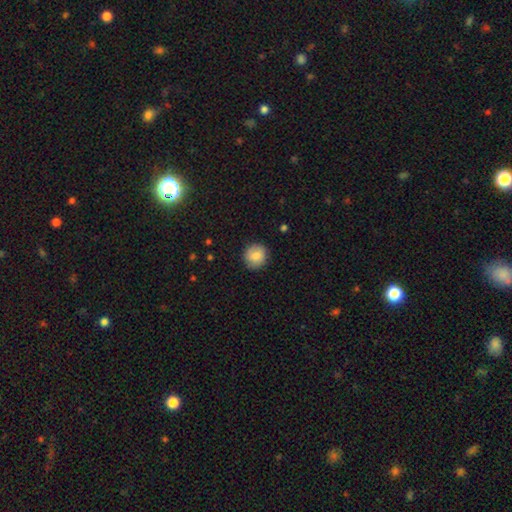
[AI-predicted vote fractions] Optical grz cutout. It shows a smooth galaxy with no disk features (83%) that is round (91%). Merging: none (88%).